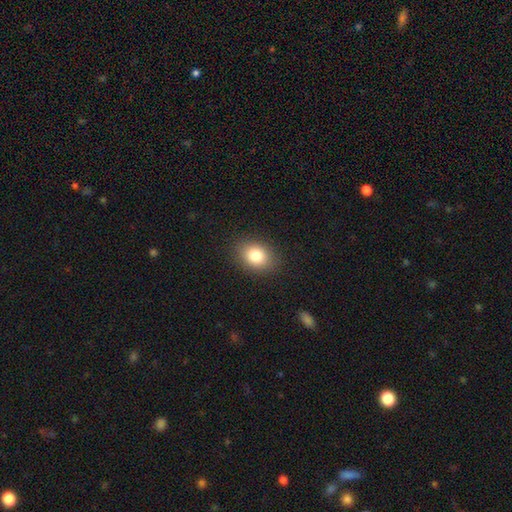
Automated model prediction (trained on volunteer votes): smooth 82%, star or artifact 10%, featured or disk 8%. Down the decision tree: how rounded — in between (65%); merging — none (87%).